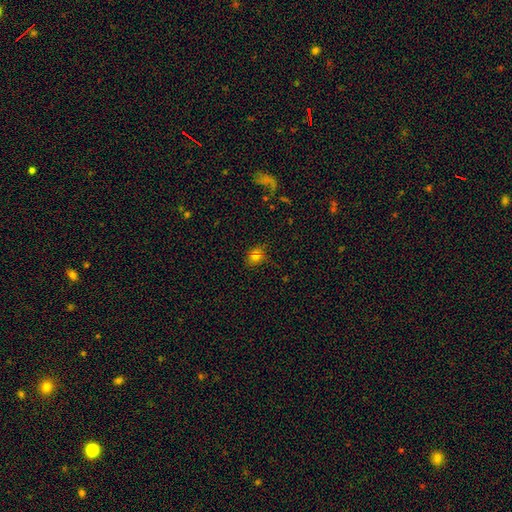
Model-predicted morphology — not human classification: Q: Smooth or featured?
A: smooth (76%); runner-up: star or artifact (16%)
Q: How rounded?
A: round (59%); runner-up: in between (39%)
Q: Merging?
A: none (77%); runner-up: minor disturbance (16%)